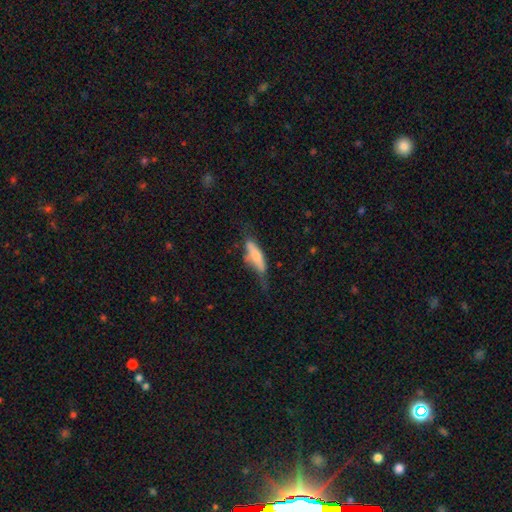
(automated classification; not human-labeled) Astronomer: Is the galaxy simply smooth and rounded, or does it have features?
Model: smooth — 63%.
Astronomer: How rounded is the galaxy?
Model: cigar-shaped — 59% (runner-up: in between, 39%).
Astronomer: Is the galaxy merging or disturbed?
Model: none — 36%, tied with minor disturbance at 36%.